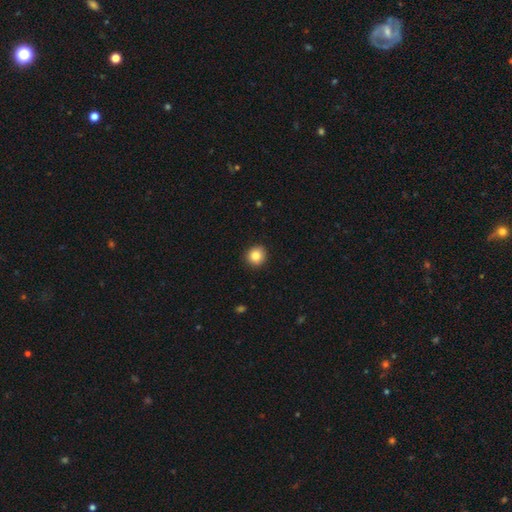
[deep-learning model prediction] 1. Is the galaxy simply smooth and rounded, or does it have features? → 85% smooth, 10% star or artifact, 5% featured or disk.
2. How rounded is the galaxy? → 91% round, 8% in between, 1% cigar-shaped.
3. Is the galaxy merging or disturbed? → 91% none, 6% minor disturbance, 2% major disturbance, 1% merger.